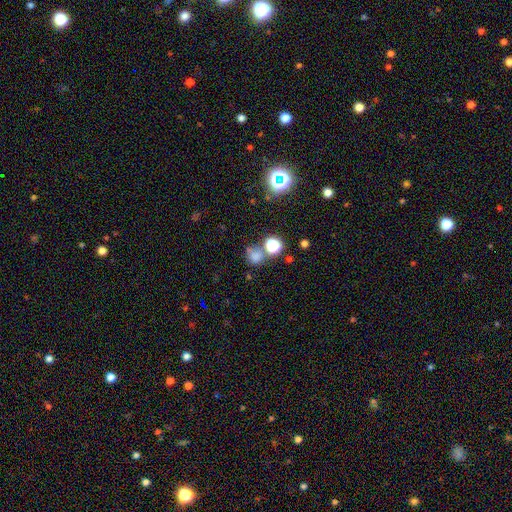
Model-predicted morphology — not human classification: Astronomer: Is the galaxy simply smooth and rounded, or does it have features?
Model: smooth — 66%.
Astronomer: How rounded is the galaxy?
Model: round — 80%.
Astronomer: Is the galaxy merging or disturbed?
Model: none — 54%.